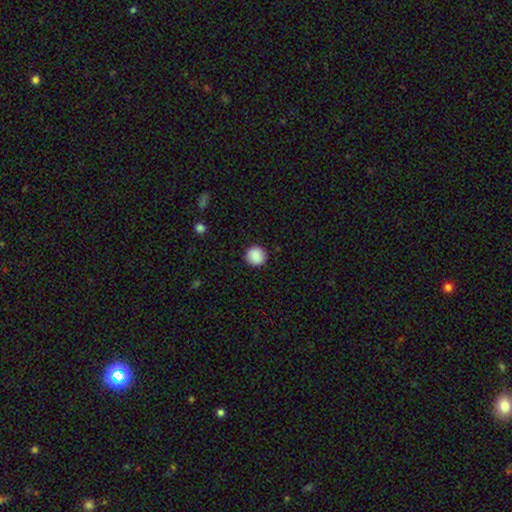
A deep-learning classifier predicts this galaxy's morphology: The model was most divided on "smooth or featured": smooth: 89%, star or artifact: 8%, featured or disk: 3%. More confident: how rounded — round (95%); merging — none (91%).